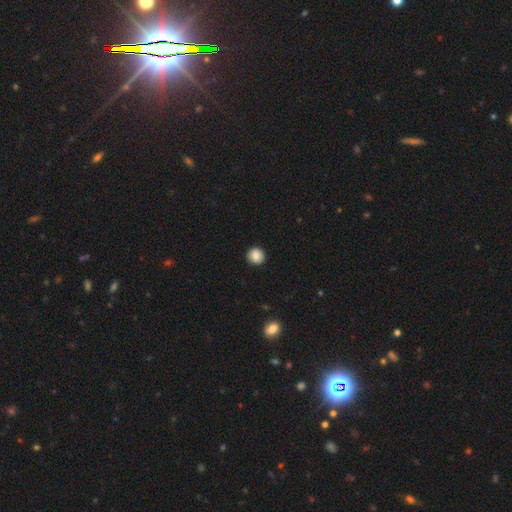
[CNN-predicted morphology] smooth-or-featured: smooth: 84% | star or artifact: 9% | featured or disk: 7%
  how-rounded: round: 94% | in between: 5% | cigar-shaped: 1%
  merging: none: 92% | minor disturbance: 5% | major disturbance: 1% | merger: 1%